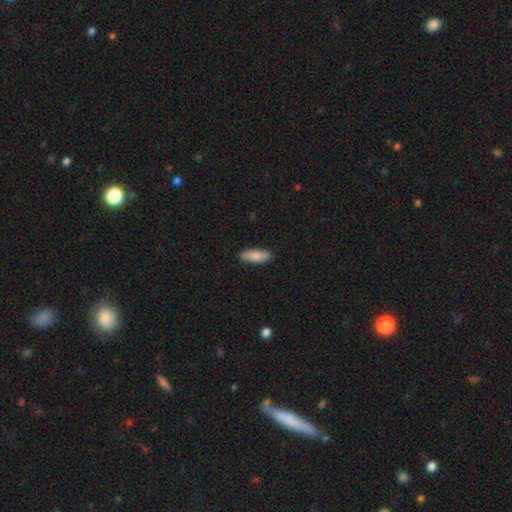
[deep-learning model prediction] Smooth or featured?
  - smooth: 85% *
  - featured or disk: 9%
  - star or artifact: 6%
How rounded?
  - in between: 66% *
  - cigar-shaped: 32%
  - round: 2%
Merging?
  - none: 87% *
  - minor disturbance: 10%
  - major disturbance: 2%
  - merger: 1%